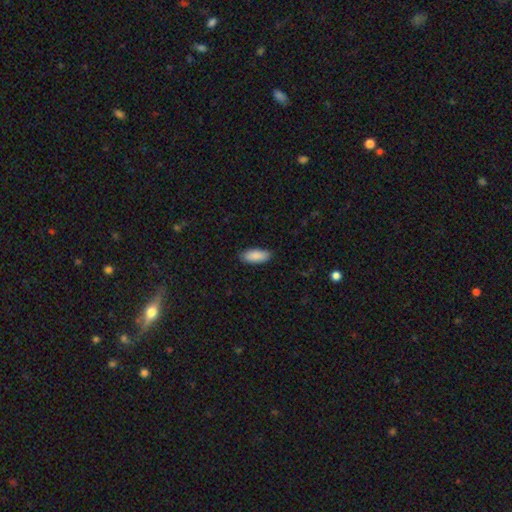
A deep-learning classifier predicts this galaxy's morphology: type=smooth (90%); roundness=in between (85%); merging=none (87%).